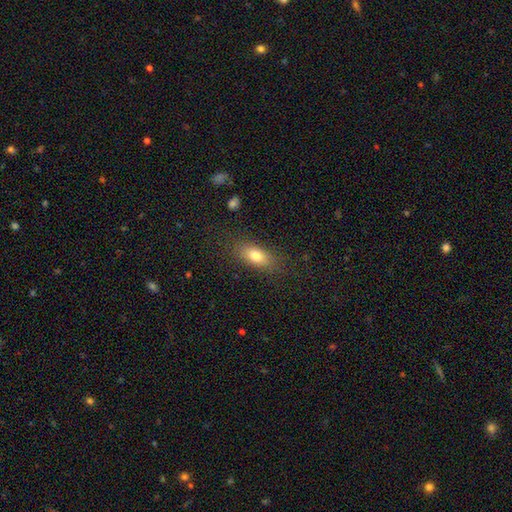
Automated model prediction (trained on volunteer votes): Overall: smooth (77%). How rounded: in between (80%). Merging: none (80%).